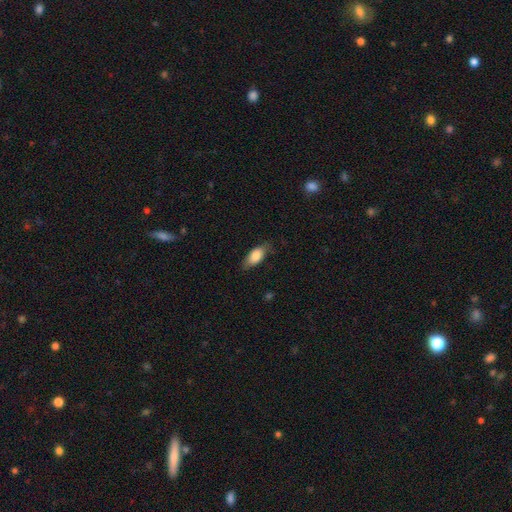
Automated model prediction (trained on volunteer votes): Overall: smooth (82%). How rounded: in between (86%). Merging: none (74%).